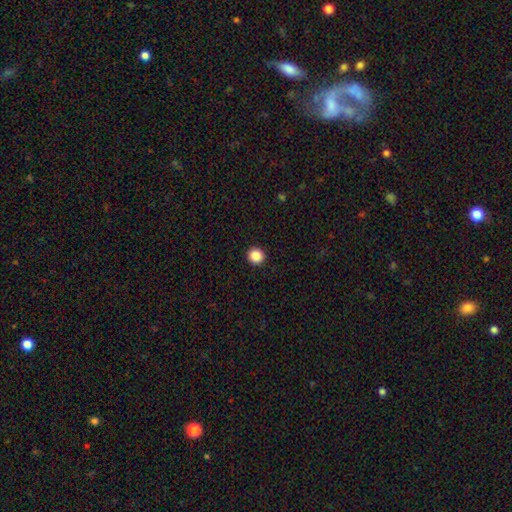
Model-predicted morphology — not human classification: smooth_or_featured: smooth (p=0.87) [alt: star or artifact p=0.10]
how_rounded: round (p=0.93) [alt: in between p=0.06]
merging: none (p=0.94) [alt: minor disturbance p=0.04]